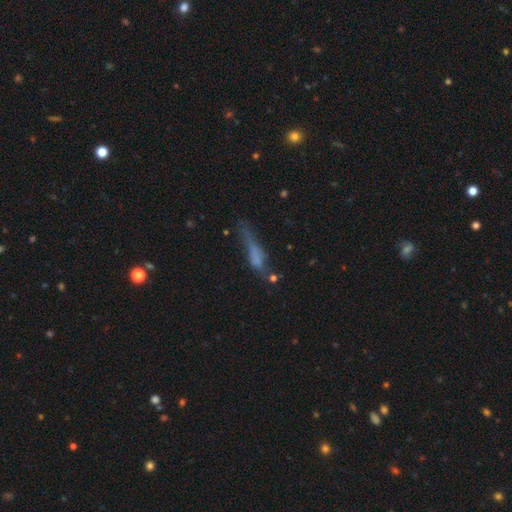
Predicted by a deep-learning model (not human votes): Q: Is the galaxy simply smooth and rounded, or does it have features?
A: smooth — 54%.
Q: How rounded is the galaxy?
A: cigar-shaped — 72%.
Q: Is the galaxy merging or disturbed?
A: none — 32%.